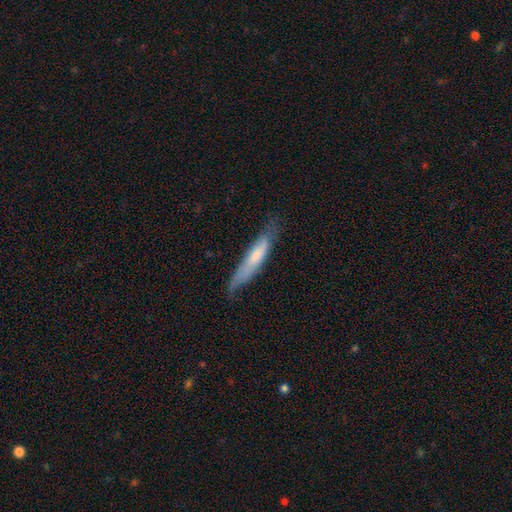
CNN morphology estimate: smooth_or_featured: smooth (p=0.59) [alt: featured or disk p=0.35]
how_rounded: cigar-shaped (p=0.85) [alt: in between p=0.14]
merging: none (p=0.59) [alt: minor disturbance p=0.29]